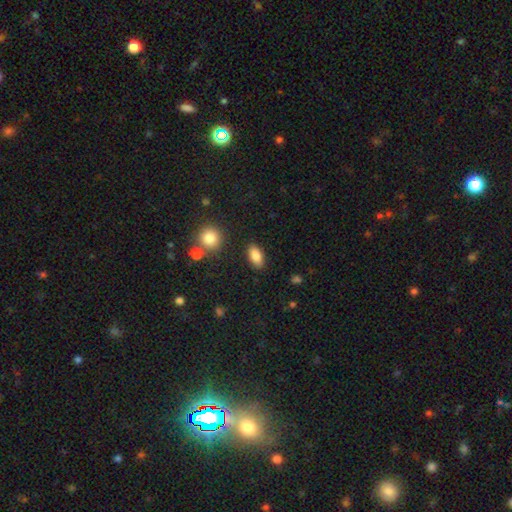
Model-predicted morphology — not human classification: type=smooth (84%); roundness=in between (89%); merging=none (87%).